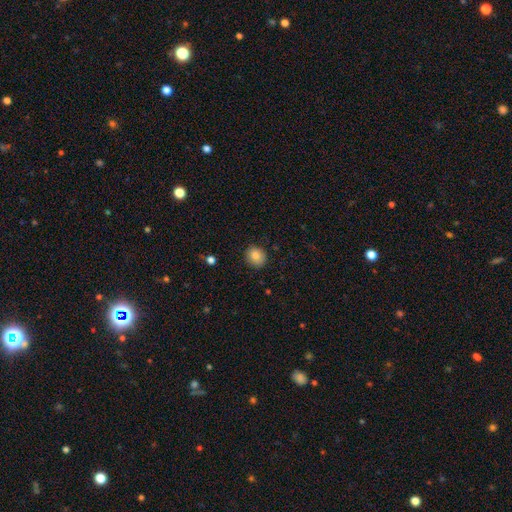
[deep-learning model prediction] Smooth or featured? Predicted: smooth (p=0.85). How rounded? Predicted: round (p=0.77). Merging? Predicted: none (p=0.88).